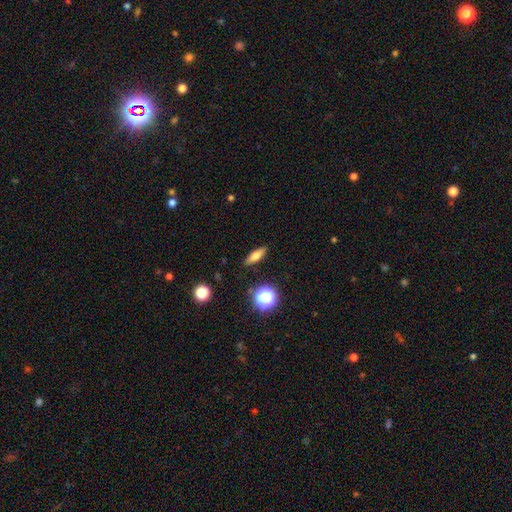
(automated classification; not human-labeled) smooth-or-featured: smooth: 62% | featured or disk: 26% | star or artifact: 11%
  how-rounded: cigar-shaped: 53% | in between: 39% | round: 8%
  merging: none: 88% | minor disturbance: 8% | major disturbance: 2% | merger: 1%